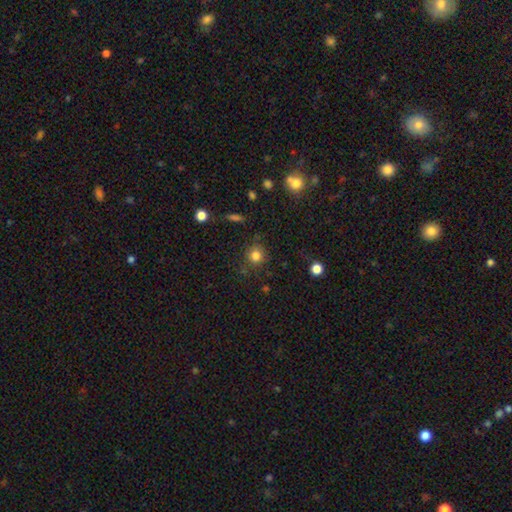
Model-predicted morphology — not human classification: Smooth or featured?
  - smooth: 81% *
  - star or artifact: 13%
  - featured or disk: 6%
How rounded?
  - round: 87% *
  - in between: 12%
  - cigar-shaped: 1%
Merging?
  - none: 81% *
  - minor disturbance: 13%
  - major disturbance: 4%
  - merger: 3%